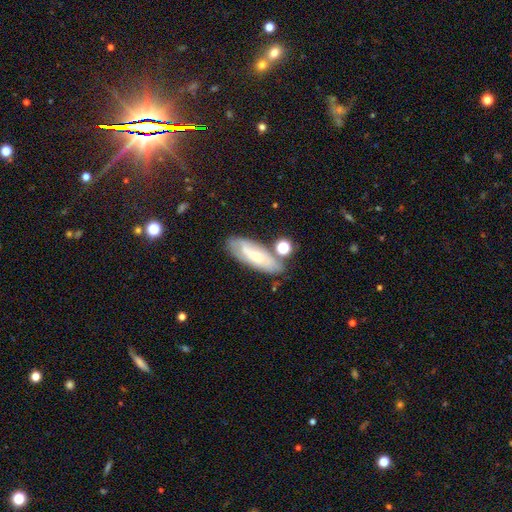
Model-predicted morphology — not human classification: Smooth or featured: smooth — 53% (featured or disk — 38%)
How rounded: in between — 62% (cigar-shaped — 35%)
Merging: none — 61% (minor disturbance — 20%)